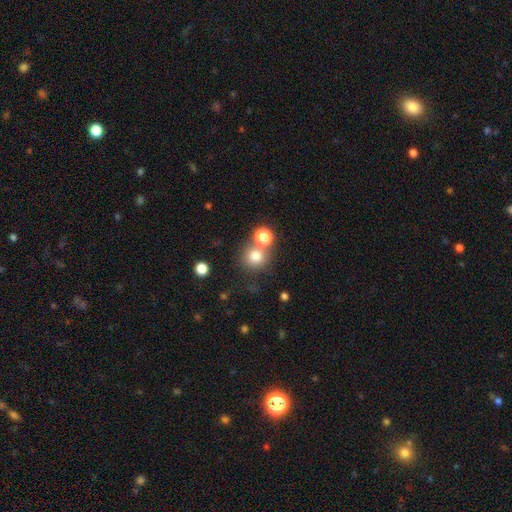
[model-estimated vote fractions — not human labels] smooth-or-featured: smooth: 77% | star or artifact: 15% | featured or disk: 8%
  how-rounded: round: 90% | in between: 9% | cigar-shaped: 1%
  merging: none: 65% | merger: 23% | minor disturbance: 8% | major disturbance: 4%